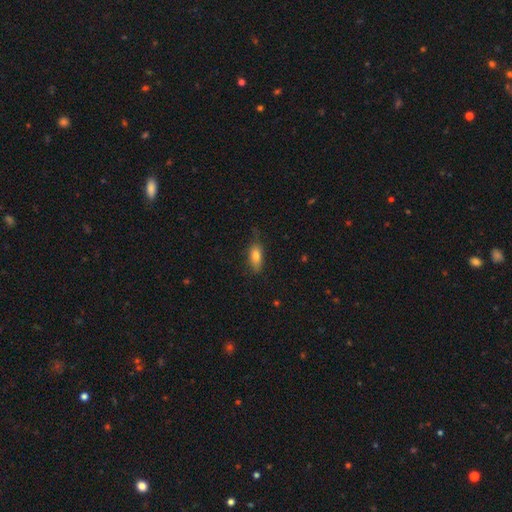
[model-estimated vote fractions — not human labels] Q: Smooth or featured?
A: smooth (76%); runner-up: featured or disk (16%)
Q: How rounded?
A: in between (77%); runner-up: cigar-shaped (20%)
Q: Merging?
A: none (68%); runner-up: minor disturbance (24%)